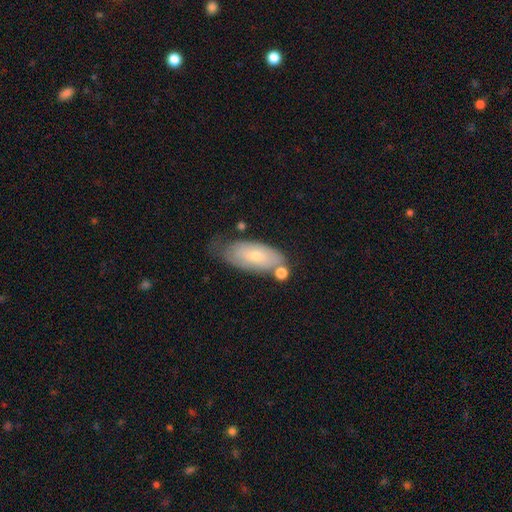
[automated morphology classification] Smooth or featured: smooth — 58% (featured or disk — 35%)
How rounded: in between — 86% (cigar-shaped — 12%)
Merging: none — 53% (minor disturbance — 27%)